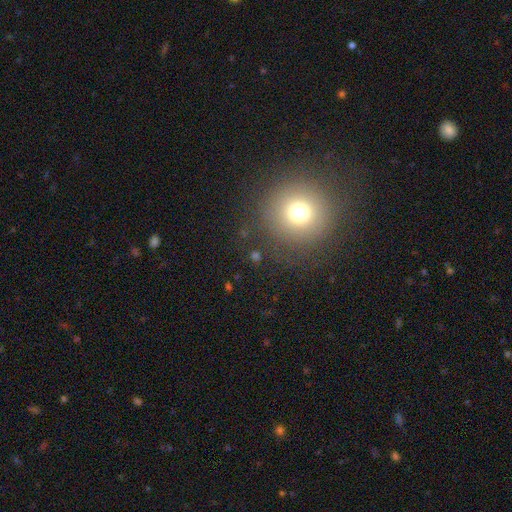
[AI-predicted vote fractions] This is likely a smooth galaxy (64%). How rounded: clearly round (92%). Merging: clearly none (85%).